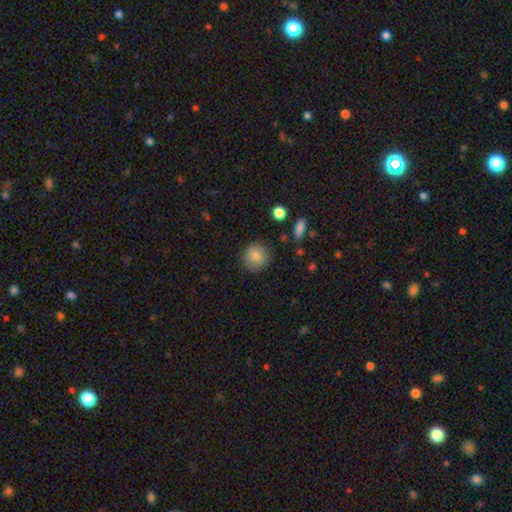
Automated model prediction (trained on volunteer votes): smooth 84%, star or artifact 8%, featured or disk 8%. Down the decision tree: how rounded — round (91%); merging — none (86%).